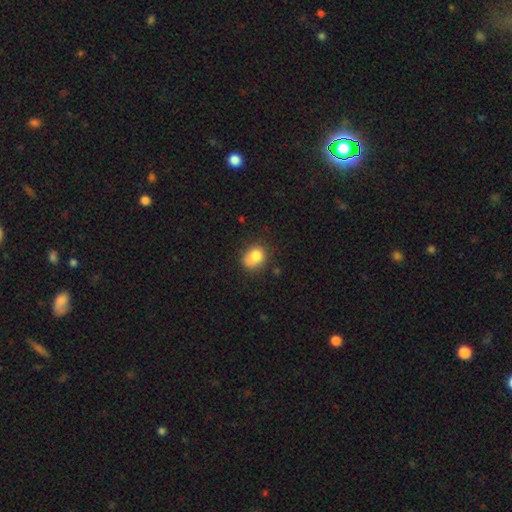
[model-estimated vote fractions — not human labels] Overall: smooth (80%). How rounded: round (59%; in between 40%). Merging: none (55%; minor disturbance 27%).